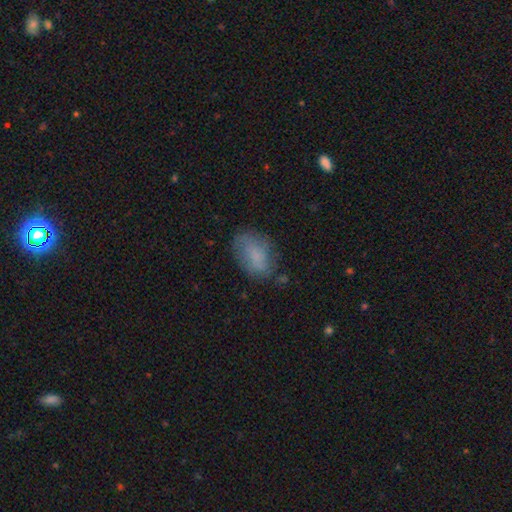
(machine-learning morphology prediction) Smooth or featured? Predicted: smooth (p=0.74). How rounded? Predicted: in between (p=0.88). Merging? Predicted: none (p=0.65).